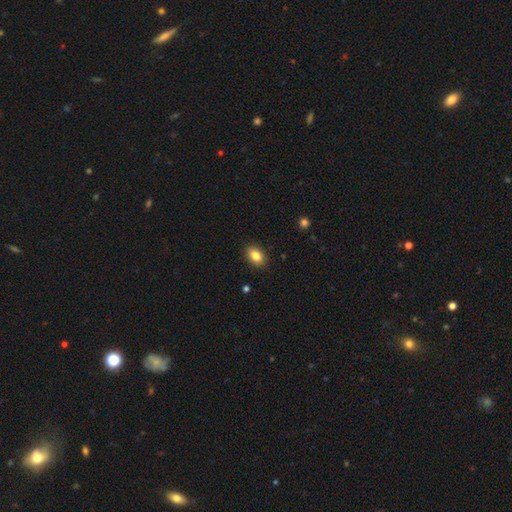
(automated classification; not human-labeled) smooth 86%, star or artifact 8%, featured or disk 6%. Down the decision tree: how rounded — in between (84%); merging — none (89%).